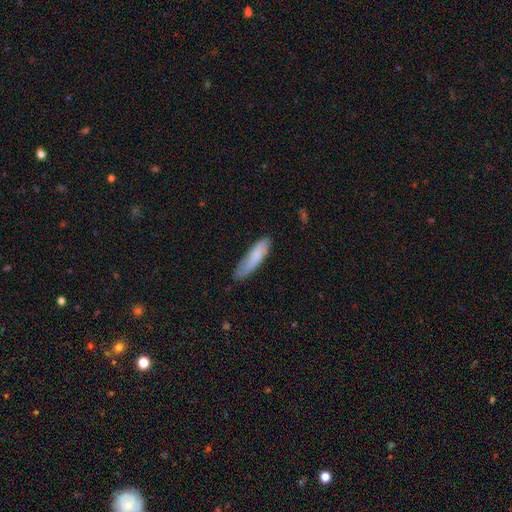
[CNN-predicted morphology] This appears to be a smooth galaxy with no disk features (77%) that is cigar-shaped (72%). Merging: none (68%).